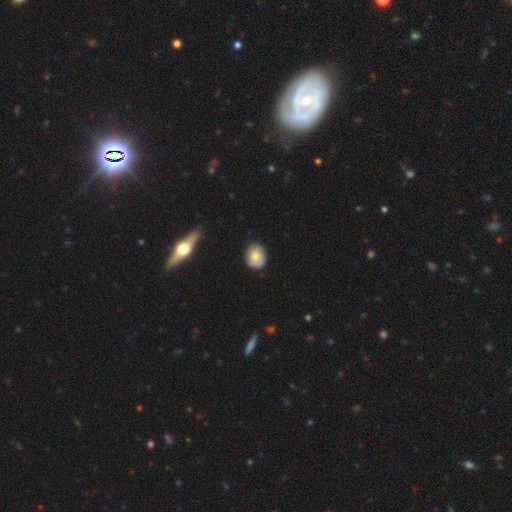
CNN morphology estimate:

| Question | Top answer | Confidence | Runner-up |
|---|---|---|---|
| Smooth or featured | smooth | 64% | featured or disk (29%) |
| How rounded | round | 53% | in between (46%) |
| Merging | none | 74% | minor disturbance (21%) |